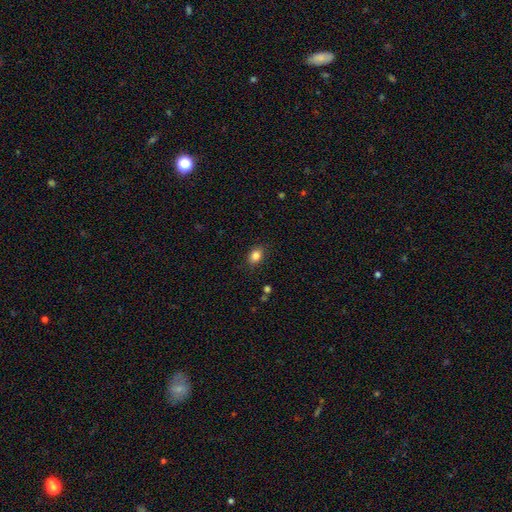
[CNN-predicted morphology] smooth_or_featured: smooth (p=0.85) [alt: star or artifact p=0.09]
how_rounded: in between (p=0.76) [alt: round p=0.22]
merging: none (p=0.86) [alt: minor disturbance p=0.10]